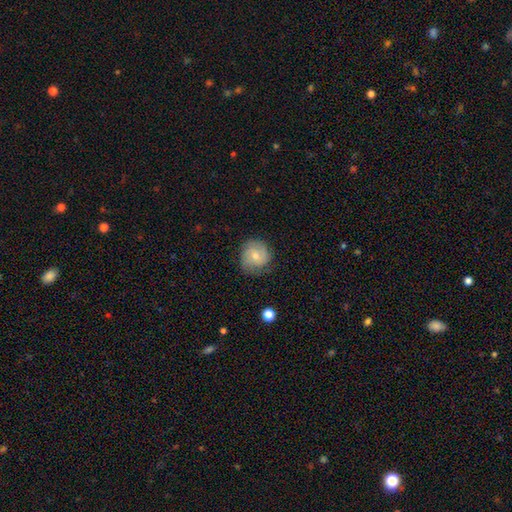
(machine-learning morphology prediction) A featured or disk galaxy (47%).

Vote fractions:
- Smooth or featured? featured or disk: 47% / smooth: 45% / star or artifact: 8%
- Merging? none: 75% / minor disturbance: 18% / major disturbance: 5% / merger: 1%